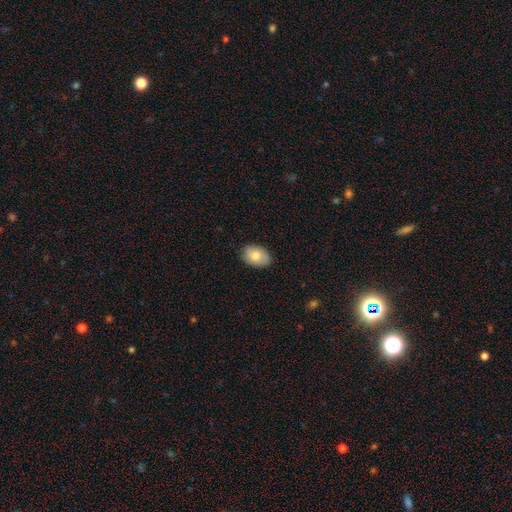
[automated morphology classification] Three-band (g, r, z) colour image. It shows a smooth galaxy with no disk features (77%) that is in between round and cigar-shaped (85%). Merging: none (83%).